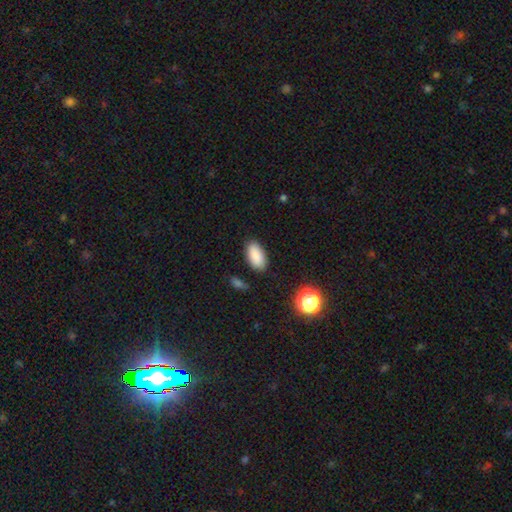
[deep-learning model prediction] Smooth or featured: smooth — 87% (star or artifact — 8%)
How rounded: in between — 92% (cigar-shaped — 4%)
Merging: none — 85% (minor disturbance — 11%)